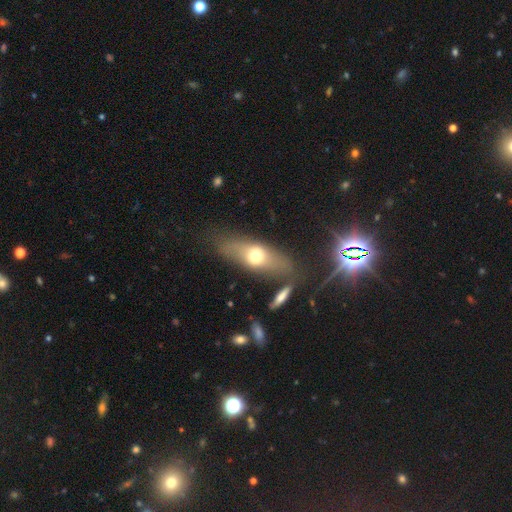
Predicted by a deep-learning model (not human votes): smooth_or_featured: smooth (p=0.57) [alt: featured or disk p=0.34]
how_rounded: in between (p=0.62) [alt: cigar-shaped p=0.30]
merging: none (p=0.64) [alt: minor disturbance p=0.17]